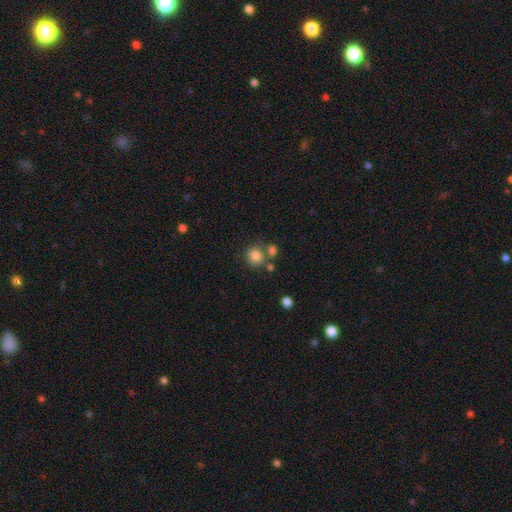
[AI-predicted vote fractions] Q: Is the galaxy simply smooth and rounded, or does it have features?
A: smooth — 81%.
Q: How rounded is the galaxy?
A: round — 80%.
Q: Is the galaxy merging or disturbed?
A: none — 62%.